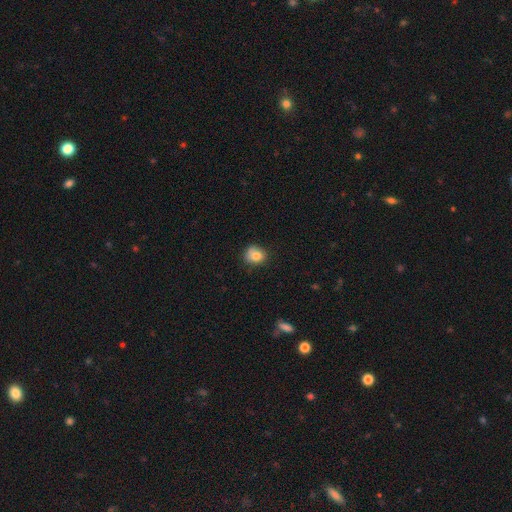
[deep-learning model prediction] Morphology: type=smooth (80%); roundness=round (73%); merging=none (67%).